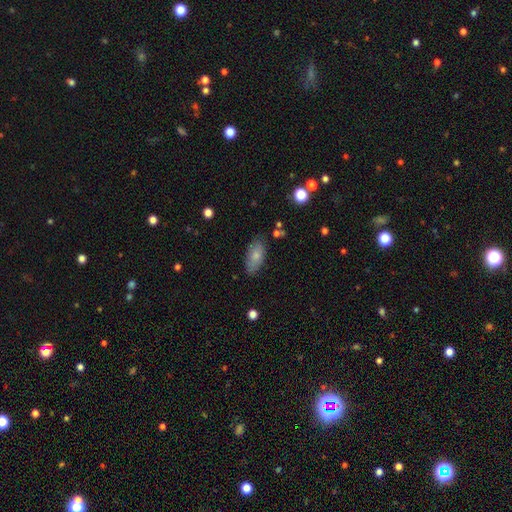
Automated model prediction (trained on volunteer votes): Smooth or featured? smooth (78%)
How rounded? in between (89%)
Merging? none (78%)